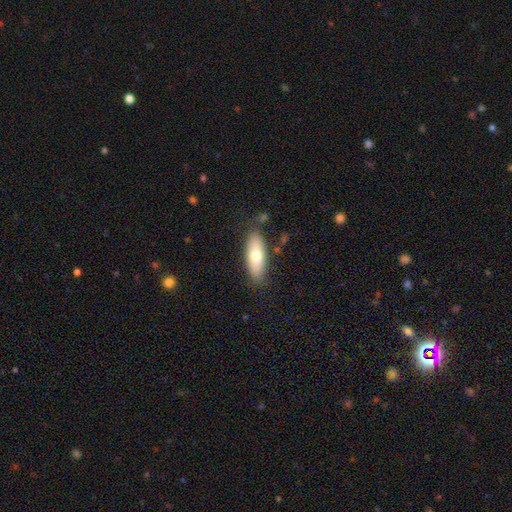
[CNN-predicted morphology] smooth 69%, featured or disk 25%, star or artifact 7%. Down the decision tree: how rounded — in between (70%); merging — none (81%).